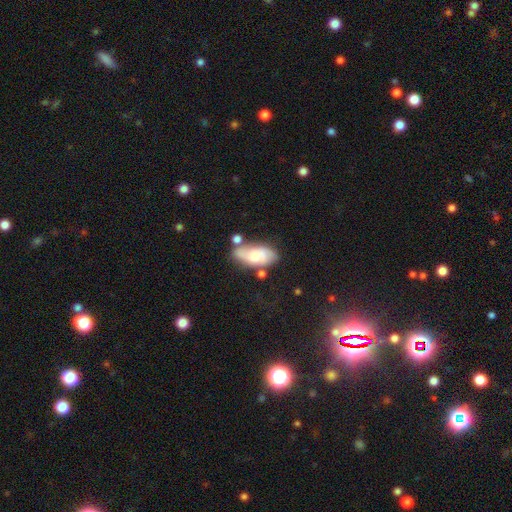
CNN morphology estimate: A smooth galaxy with no disk features (48%). Merging: none (51%).